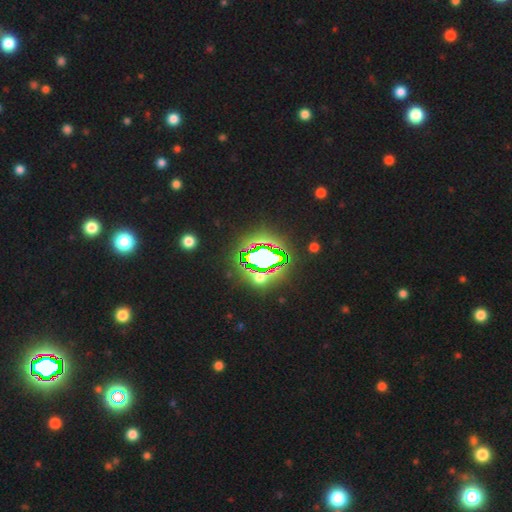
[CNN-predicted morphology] The model was most divided on "smooth or featured": star or artifact: 81%, smooth: 11%, featured or disk: 8%.